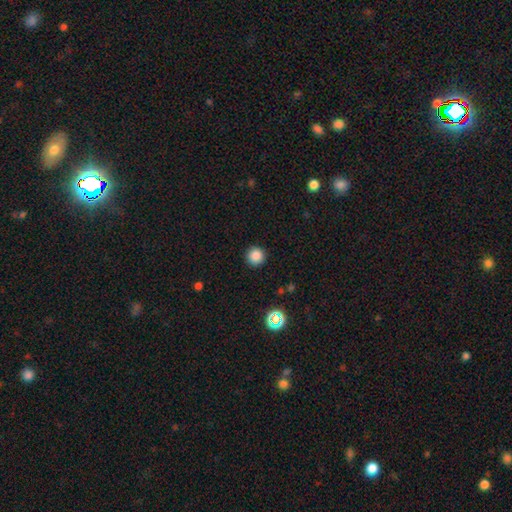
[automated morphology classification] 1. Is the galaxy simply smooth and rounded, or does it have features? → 85% smooth, 12% star or artifact, 3% featured or disk.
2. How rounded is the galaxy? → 96% round, 3% in between, 1% cigar-shaped.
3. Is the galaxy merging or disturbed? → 92% none, 5% minor disturbance, 2% major disturbance, 1% merger.